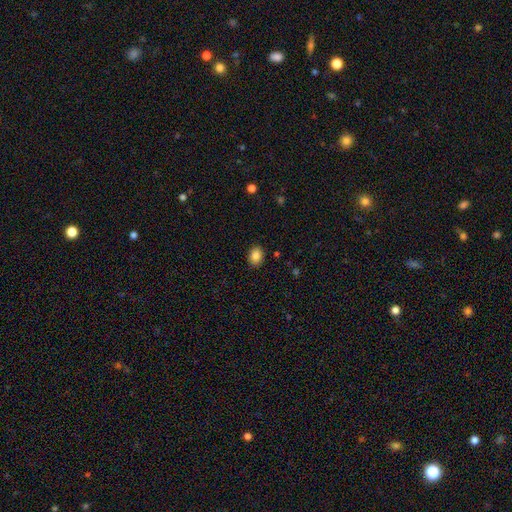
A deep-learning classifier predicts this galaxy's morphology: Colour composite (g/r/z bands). It shows a smooth galaxy with no disk features (85%) that is in between round and cigar-shaped (65%). Merging: none (89%).